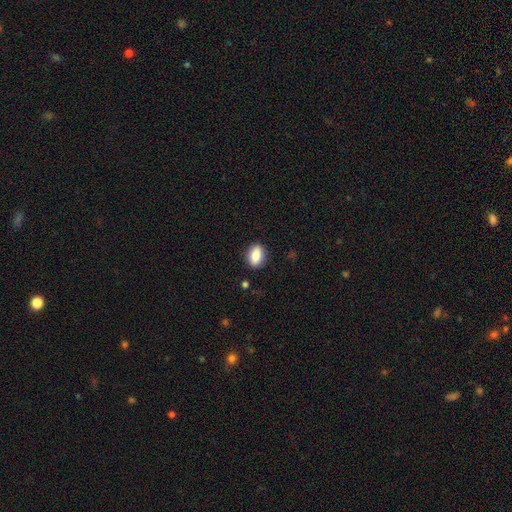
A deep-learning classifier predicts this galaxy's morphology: The model was most divided on "how rounded": in between: 78%, round: 19%, cigar-shaped: 3%. More confident: merging — none (87%); smooth or featured — smooth (83%).